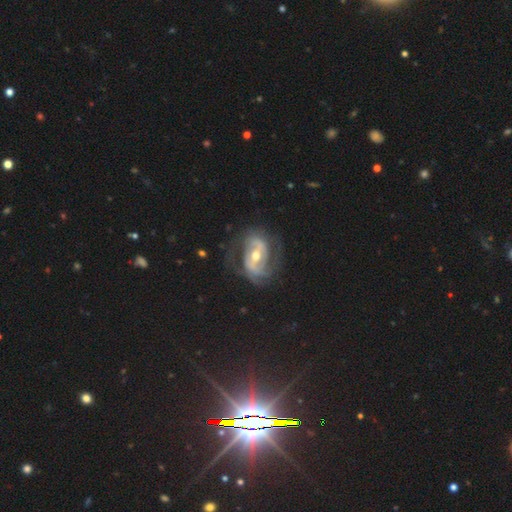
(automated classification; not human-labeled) smooth-or-featured: featured or disk: 85% | smooth: 9% | star or artifact: 6%
  disk-edge-on: no: 96% | yes: 4%
    bar: weak: 37% (tied) | strong: 37% (tied) | no: 26%
    has-spiral-arms: yes: 90% | no: 10%
      spiral-winding: medium: 44% | tight: 35% | loose: 22%
      spiral-arm-count: 2: 68% | can't tell: 15% | 3: 8% | 1: 4% | 4: 3% | more than 4: 3%
    bulge-size: moderate: 69% | small: 25% | large: 5% | none: 1% | dominant: 1%
  merging: none: 64% | minor disturbance: 19% | major disturbance: 15% | merger: 2%